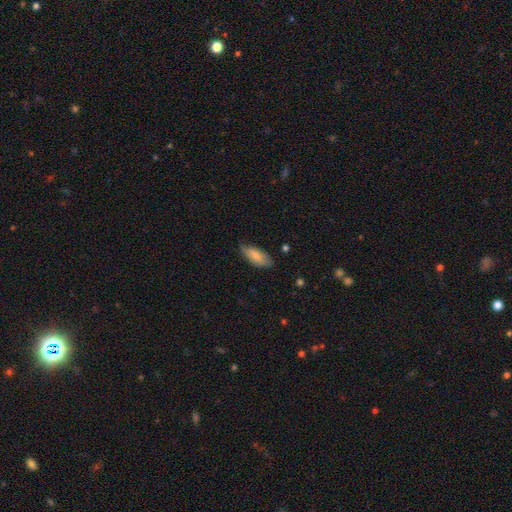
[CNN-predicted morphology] Smooth or featured: smooth — 79% (featured or disk — 15%)
How rounded: in between — 83% (cigar-shaped — 15%)
Merging: none — 66% (minor disturbance — 28%)